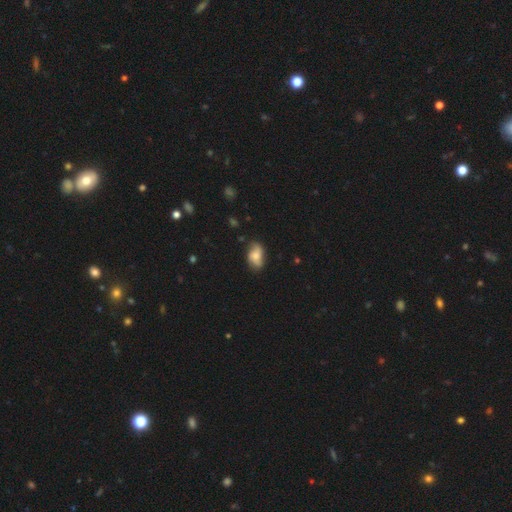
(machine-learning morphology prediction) Overall: smooth (58%; featured or disk 34%). How rounded: in between (87%). Merging: none (69%).